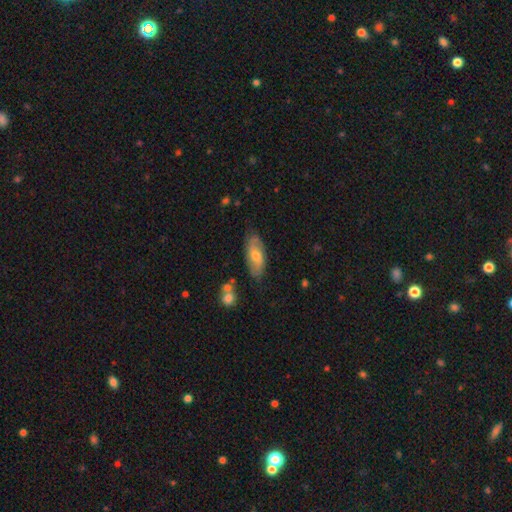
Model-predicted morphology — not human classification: The model was most divided on "smooth or featured": smooth: 50%, featured or disk: 44%, star or artifact: 6%. More confident: merging — none (79%).